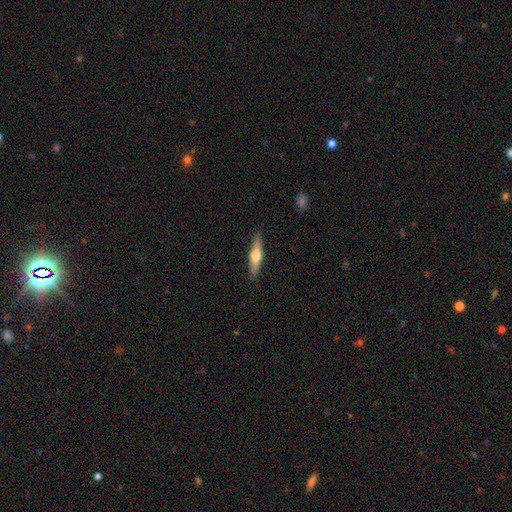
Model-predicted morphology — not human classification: A featured or disk galaxy (52%) viewed edge-on (95%).

Vote fractions:
- Smooth or featured? featured or disk: 52% / smooth: 43% / star or artifact: 6%
- Edge-on disk? yes: 95% / no: 5%
- Merging? none: 89% / minor disturbance: 8% / major disturbance: 2% / merger: 1%